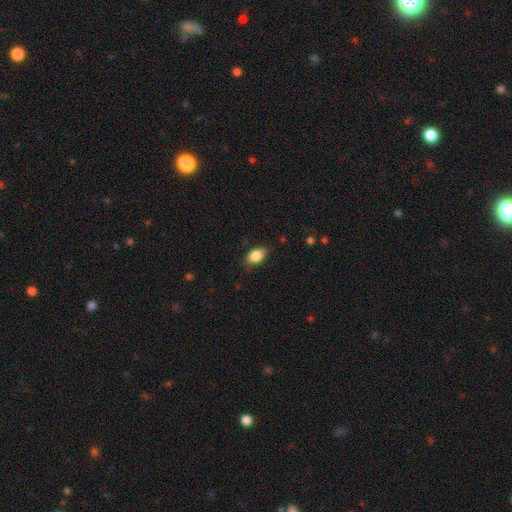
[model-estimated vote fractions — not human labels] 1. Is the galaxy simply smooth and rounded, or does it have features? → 84% smooth, 9% featured or disk, 7% star or artifact.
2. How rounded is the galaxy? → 87% in between, 10% round, 3% cigar-shaped.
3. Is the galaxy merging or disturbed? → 80% none, 16% minor disturbance, 3% major disturbance, 1% merger.